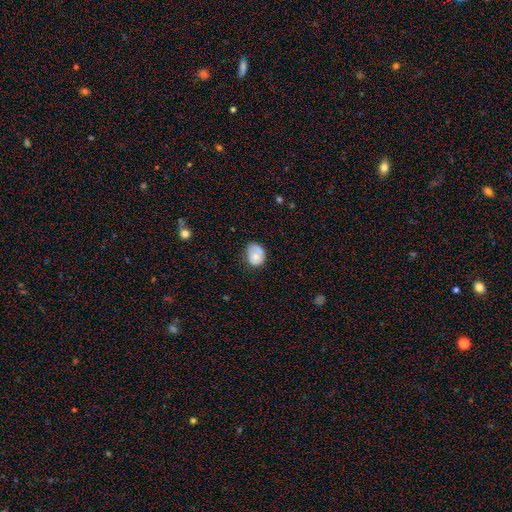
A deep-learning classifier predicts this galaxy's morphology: Q: Smooth or featured?
A: smooth (69%); runner-up: featured or disk (23%)
Q: How rounded?
A: in between (57%); runner-up: round (42%)
Q: Merging?
A: none (53%); runner-up: minor disturbance (32%)